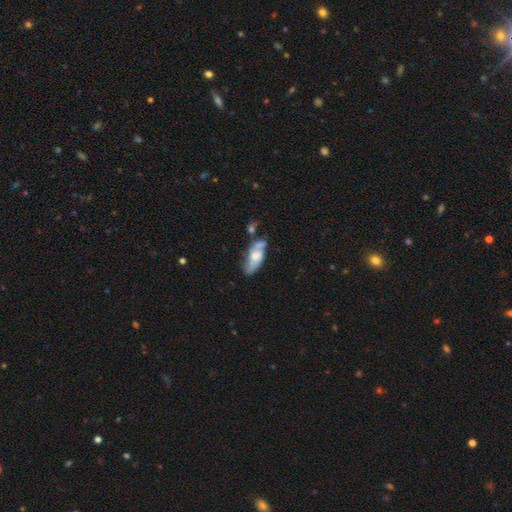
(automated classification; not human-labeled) featured or disk 47%, smooth 46%, star or artifact 7%. Down the decision tree: merging — none (45%).